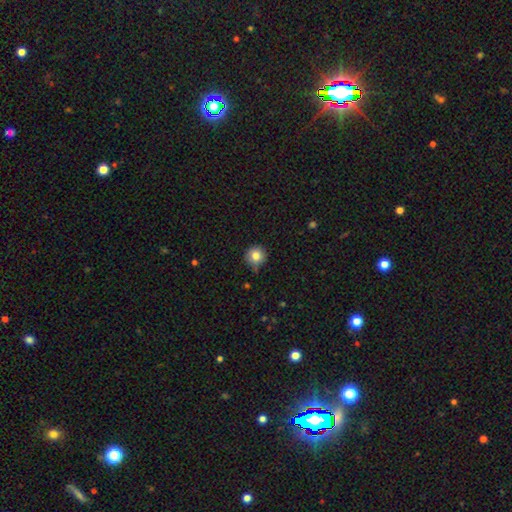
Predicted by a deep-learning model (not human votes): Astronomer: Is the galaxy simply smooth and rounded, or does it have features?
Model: smooth — 82%.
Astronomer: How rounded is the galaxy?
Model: round — 94%.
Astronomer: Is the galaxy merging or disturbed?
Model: none — 79%.